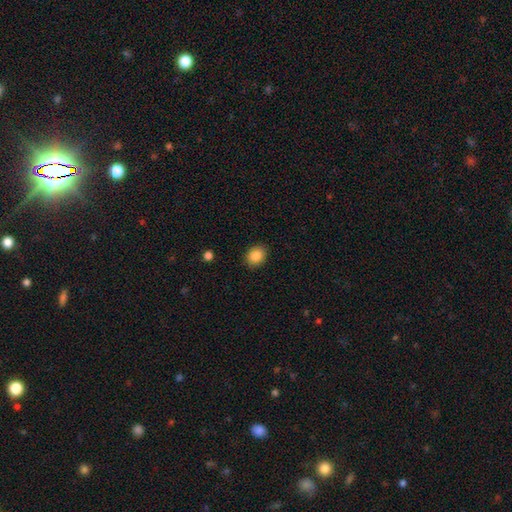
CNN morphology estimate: This appears to be a smooth galaxy with no disk features (87%) that is round (51%). Merging: none (89%).